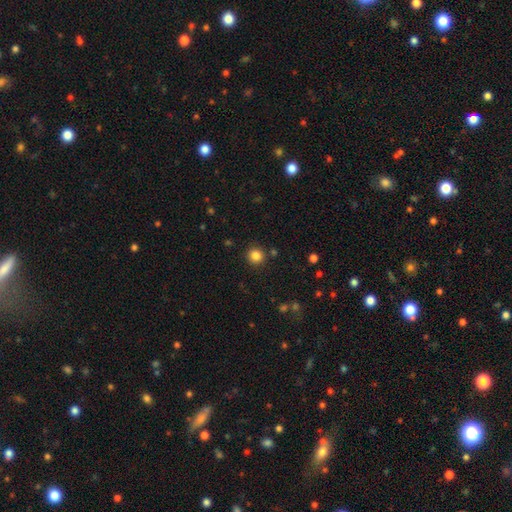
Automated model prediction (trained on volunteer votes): Morphology: type=smooth (84%); roundness=round (93%); merging=none (89%).